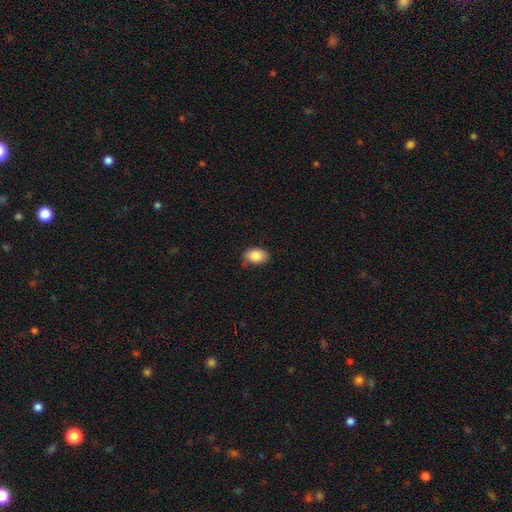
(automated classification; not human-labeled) Smooth or featured? Predicted: smooth (p=0.86). How rounded? Predicted: in between (p=0.85). Merging? Predicted: none (p=0.78).